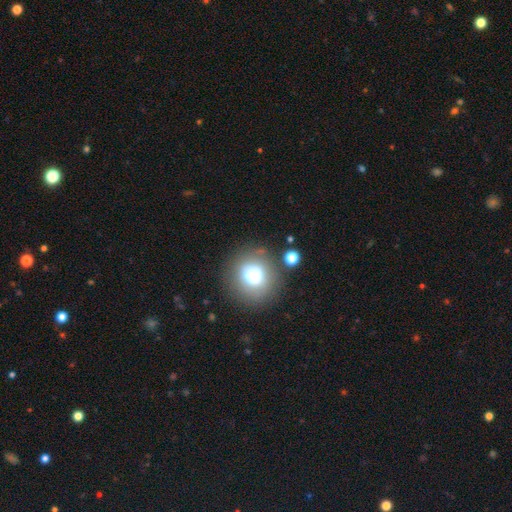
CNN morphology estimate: The model was most divided on "smooth or featured": smooth: 64%, star or artifact: 24%, featured or disk: 12%. More confident: how rounded — round (91%); merging — none (86%).